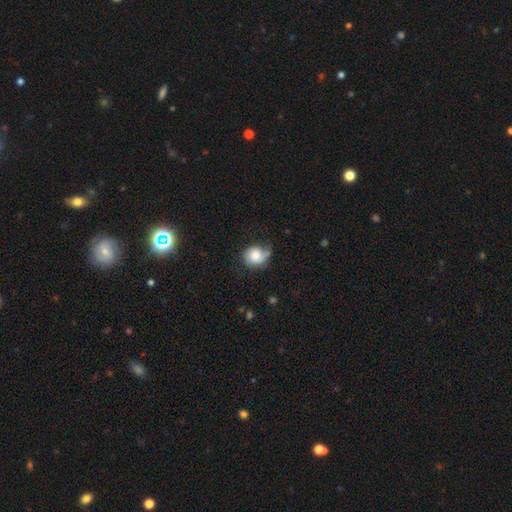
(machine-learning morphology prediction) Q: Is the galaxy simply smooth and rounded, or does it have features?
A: smooth — 47%.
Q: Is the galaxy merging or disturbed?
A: none — 44%.